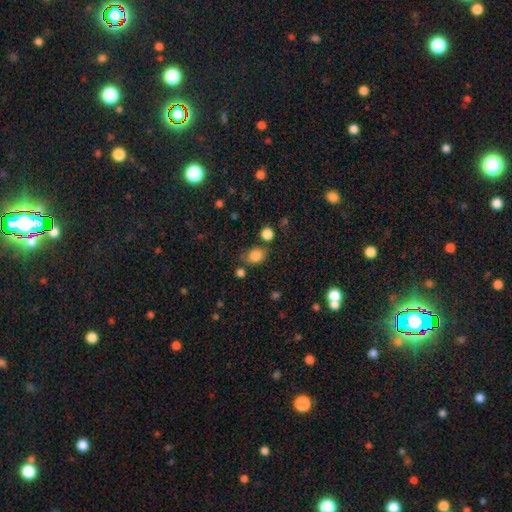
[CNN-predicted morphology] A smooth galaxy with no disk features (84%) that is in between round and cigar-shaped (58%).

Vote fractions:
- Smooth or featured? smooth: 84% / star or artifact: 10% / featured or disk: 6%
- How rounded? in between: 58% / round: 41% / cigar-shaped: 1%
- Merging? none: 67% / minor disturbance: 18% / merger: 9% / major disturbance: 6%